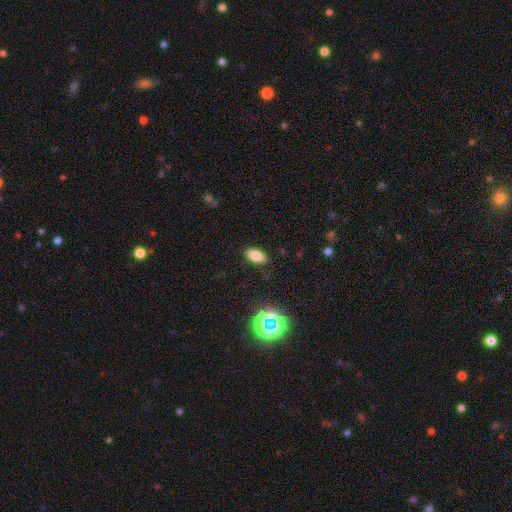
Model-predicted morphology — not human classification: smooth 79%, star or artifact 14%, featured or disk 7%. Down the decision tree: how rounded — in between (89%); merging — none (88%).